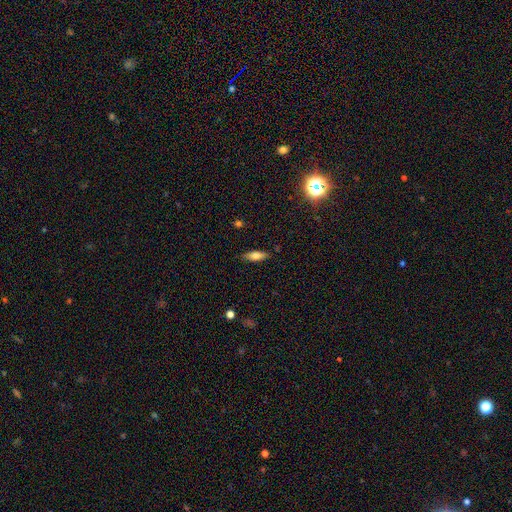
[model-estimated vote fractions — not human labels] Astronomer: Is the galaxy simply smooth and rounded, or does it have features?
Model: smooth — 72%.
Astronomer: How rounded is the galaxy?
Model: in between — 62%.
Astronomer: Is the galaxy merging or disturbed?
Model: none — 85%.